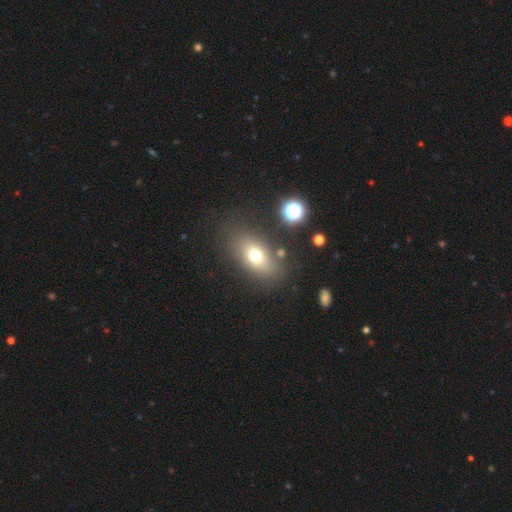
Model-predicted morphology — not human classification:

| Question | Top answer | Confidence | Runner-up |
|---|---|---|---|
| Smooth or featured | smooth | 70% | featured or disk (17%) |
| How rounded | in between | 79% | round (16%) |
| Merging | none | 76% | minor disturbance (13%) |